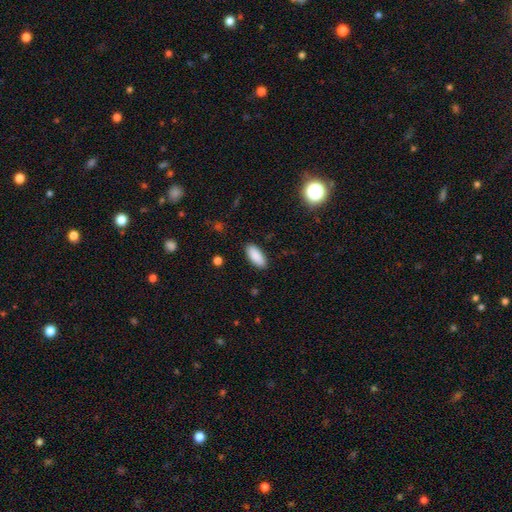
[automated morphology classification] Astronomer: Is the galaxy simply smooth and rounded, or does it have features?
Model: smooth — 90%.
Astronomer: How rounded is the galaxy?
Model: in between — 85%.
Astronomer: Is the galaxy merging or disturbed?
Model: none — 89%.